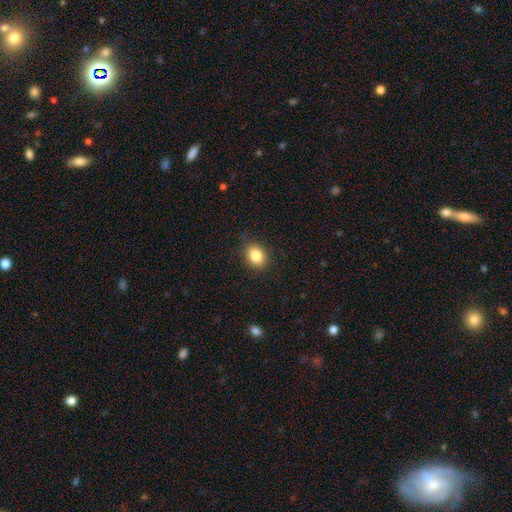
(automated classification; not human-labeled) smooth 84%, star or artifact 10%, featured or disk 6%. Down the decision tree: how rounded — in between (53%); merging — none (87%).